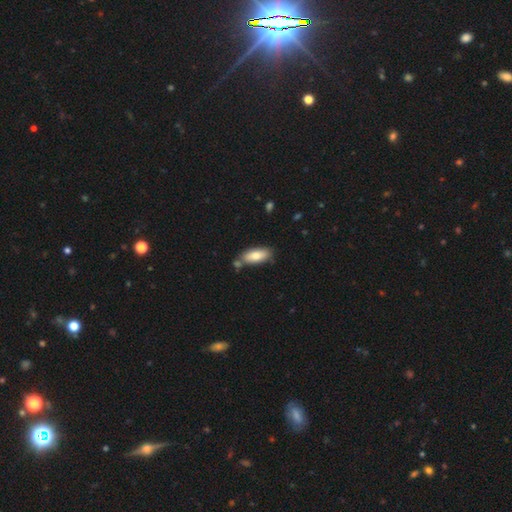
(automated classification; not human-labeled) Smooth or featured? smooth (76%)
How rounded? in between (80%)
Merging? none (68%)